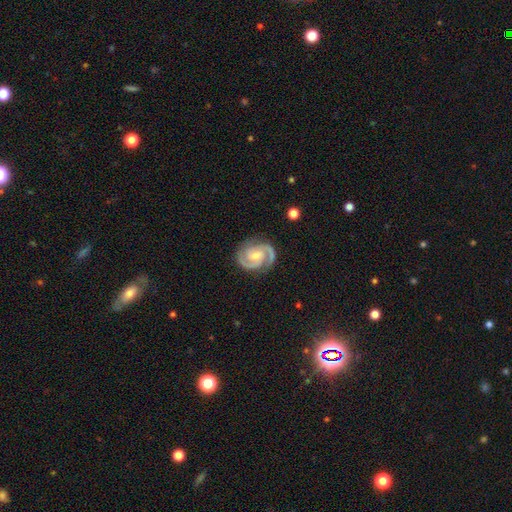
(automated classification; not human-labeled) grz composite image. It shows a featured or disk galaxy (92%) with no bar (53%), 2 (92%) tight (51%) spiral arms (98%) and a small central bulge (48%). Merging: none (84%).